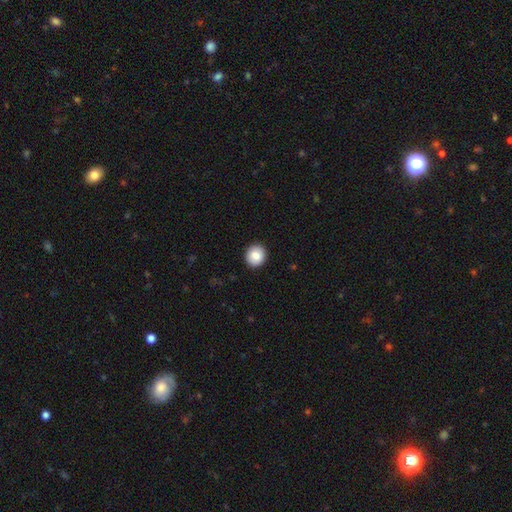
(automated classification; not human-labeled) A smooth galaxy with no disk features (86%) that is round (88%). Merging: none (92%).